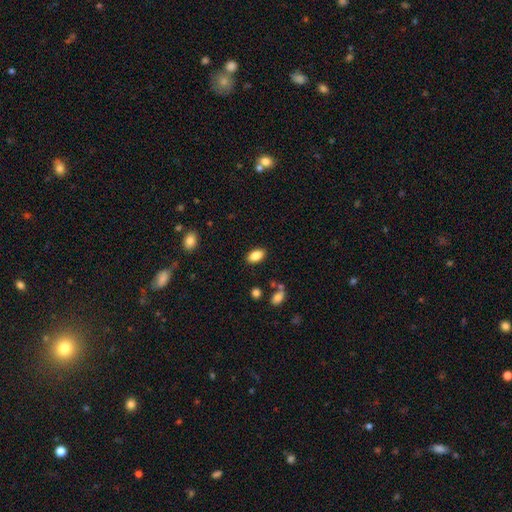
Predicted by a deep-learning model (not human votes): Smooth or featured: smooth — 86% (star or artifact — 8%)
How rounded: in between — 92% (round — 6%)
Merging: none — 87% (minor disturbance — 9%)